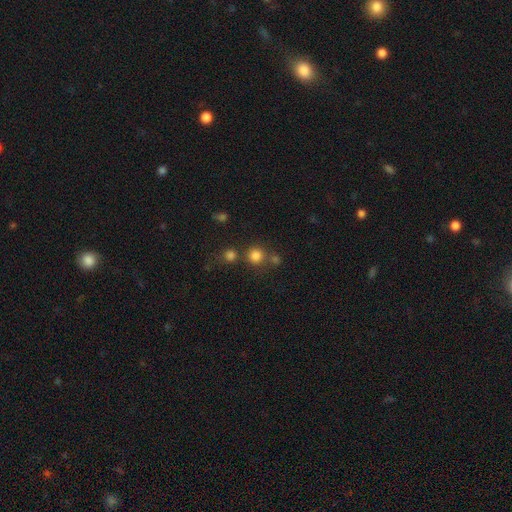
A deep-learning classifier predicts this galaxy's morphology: A smooth galaxy with no disk features (79%) that is round (92%).

Vote fractions:
- Smooth or featured? smooth: 79% / star or artifact: 15% / featured or disk: 6%
- How rounded? round: 92% / in between: 7% / cigar-shaped: 1%
- Merging? none: 68% / merger: 20% / minor disturbance: 8% / major disturbance: 4%